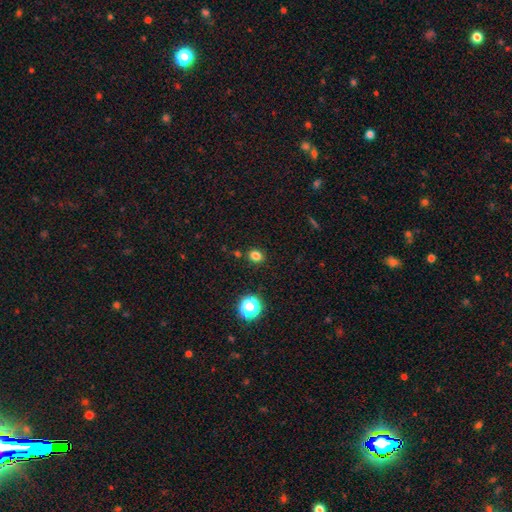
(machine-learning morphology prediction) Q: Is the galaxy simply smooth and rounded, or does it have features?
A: smooth — 80%.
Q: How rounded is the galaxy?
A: round — 60%.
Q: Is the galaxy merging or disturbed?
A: none — 85%.